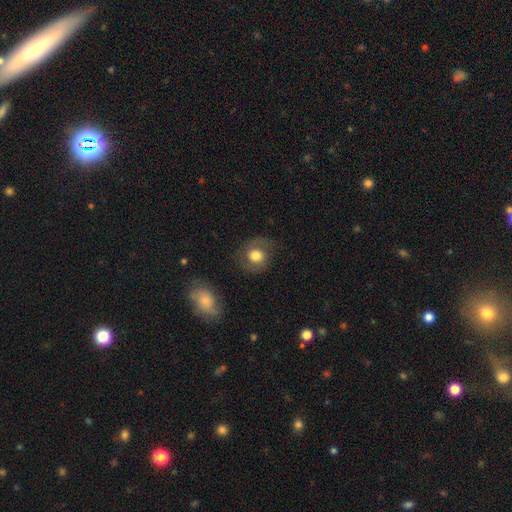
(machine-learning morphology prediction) smooth 60%, featured or disk 32%, star or artifact 8%. Down the decision tree: how rounded — round (78%); merging — none (76%).